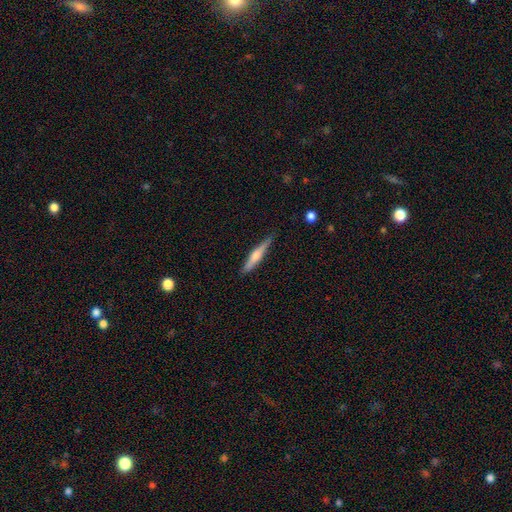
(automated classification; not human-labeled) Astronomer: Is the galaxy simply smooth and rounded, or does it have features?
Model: smooth — 48% (runner-up: featured or disk, 46%).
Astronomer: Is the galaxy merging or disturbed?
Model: none — 83%.